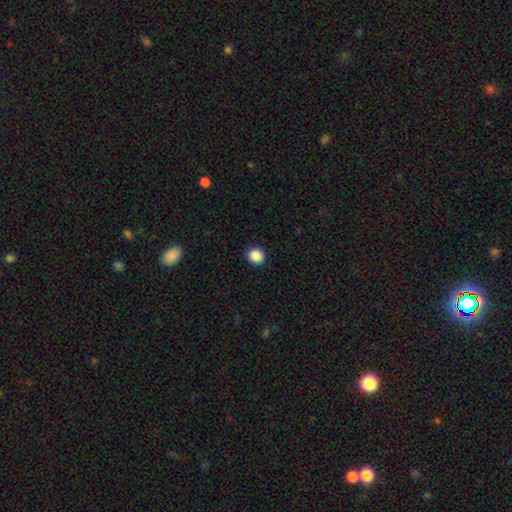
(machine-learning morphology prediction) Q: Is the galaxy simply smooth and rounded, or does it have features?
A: smooth — 88%.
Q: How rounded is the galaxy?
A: round — 91%.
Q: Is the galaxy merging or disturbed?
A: none — 92%.